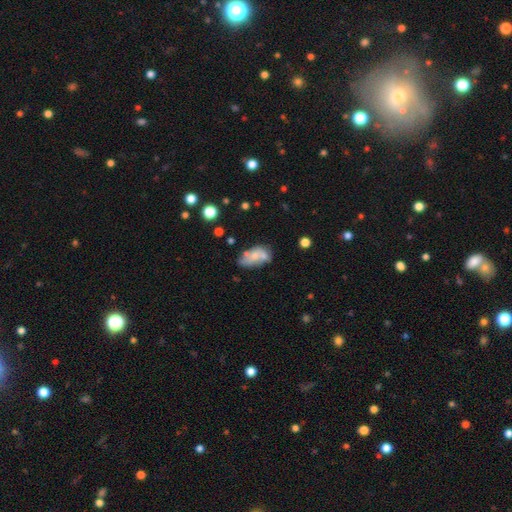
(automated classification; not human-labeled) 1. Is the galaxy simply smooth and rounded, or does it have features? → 56% smooth, 35% featured or disk, 9% star or artifact.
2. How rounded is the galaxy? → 90% in between, 6% round, 3% cigar-shaped.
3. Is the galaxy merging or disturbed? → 35% none, 28% merger, 23% minor disturbance, 14% major disturbance.